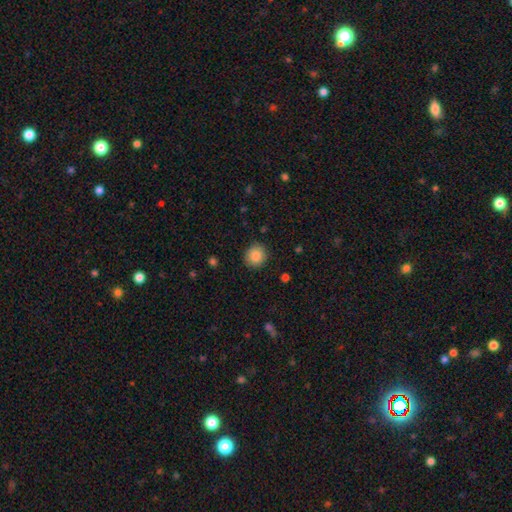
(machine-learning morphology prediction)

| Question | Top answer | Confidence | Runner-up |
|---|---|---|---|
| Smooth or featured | smooth | 87% | star or artifact (8%) |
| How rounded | round | 88% | in between (11%) |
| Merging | none | 87% | minor disturbance (9%) |